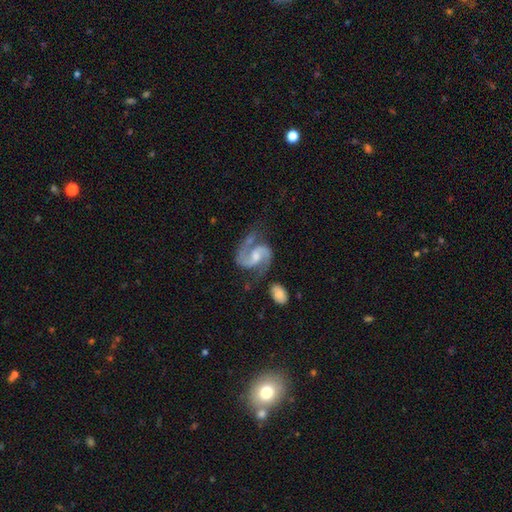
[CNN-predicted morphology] Overall: featured or disk (91%). Edge-on disk: no (98%). Bar: weak (46%; no 40%). Spiral arms: yes (98%). Spiral arm count: 2 (93%). Spiral winding: medium (62%; loose 24%). Bulge size: moderate (46%; small 34%). Merging: none (60%).